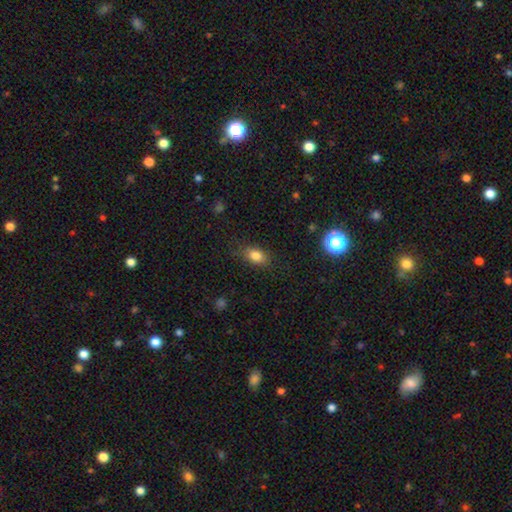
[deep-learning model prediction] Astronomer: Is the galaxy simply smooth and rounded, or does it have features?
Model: smooth — 82%.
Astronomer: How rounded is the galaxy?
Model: in between — 79%.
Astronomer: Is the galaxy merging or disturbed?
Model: none — 78%.